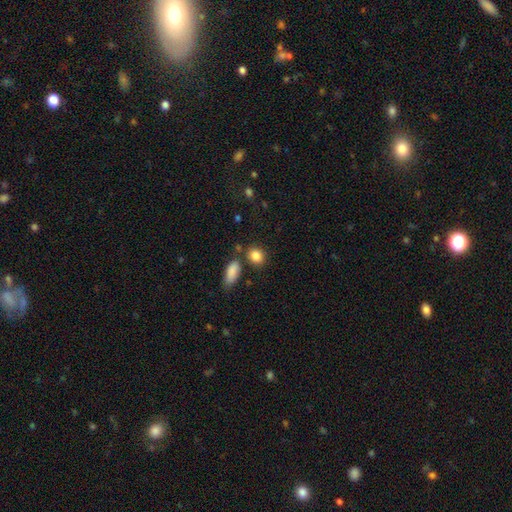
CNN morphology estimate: smooth_or_featured: smooth (p=0.86) [alt: star or artifact p=0.08]
how_rounded: round (p=0.58) [alt: in between p=0.39]
merging: none (p=0.74) [alt: minor disturbance p=0.12]